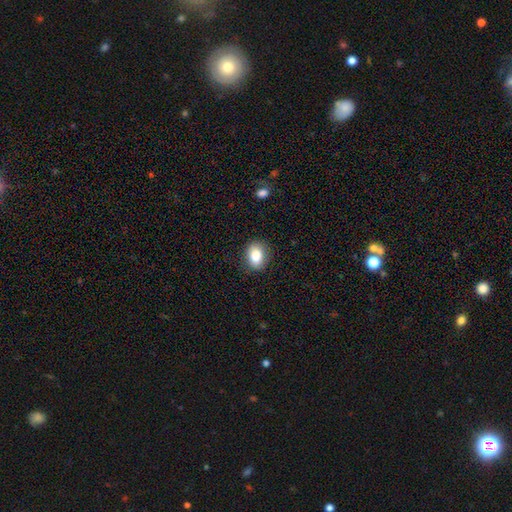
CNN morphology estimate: smooth_or_featured: smooth (p=0.85) [alt: star or artifact p=0.08]
how_rounded: in between (p=0.67) [alt: round p=0.32]
merging: none (p=0.84) [alt: minor disturbance p=0.11]